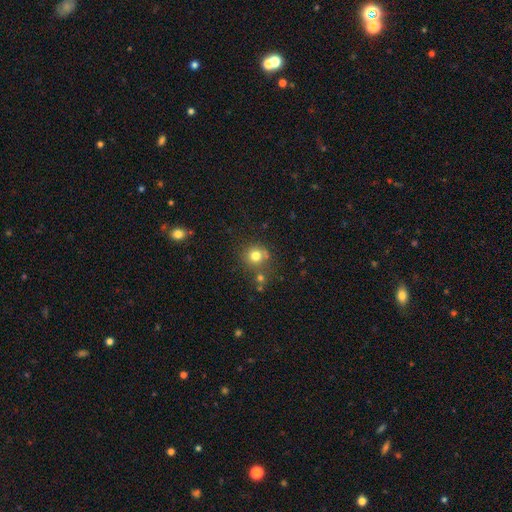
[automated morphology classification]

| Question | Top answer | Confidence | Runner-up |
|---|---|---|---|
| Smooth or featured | smooth | 77% | star or artifact (15%) |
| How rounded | round | 90% | in between (9%) |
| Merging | none | 71% | merger (14%) |